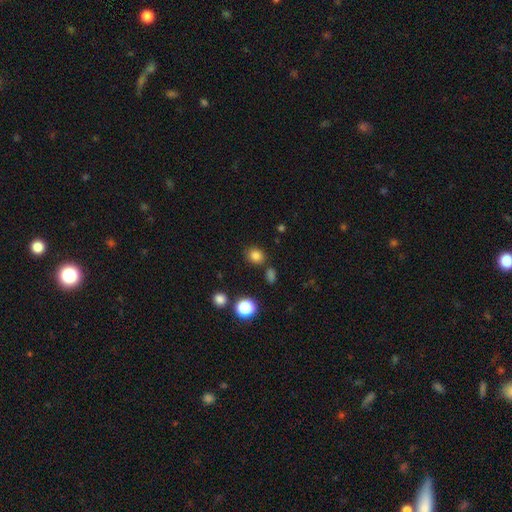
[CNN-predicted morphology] Smooth or featured? smooth (81%)
How rounded? round (69%)
Merging? none (82%)